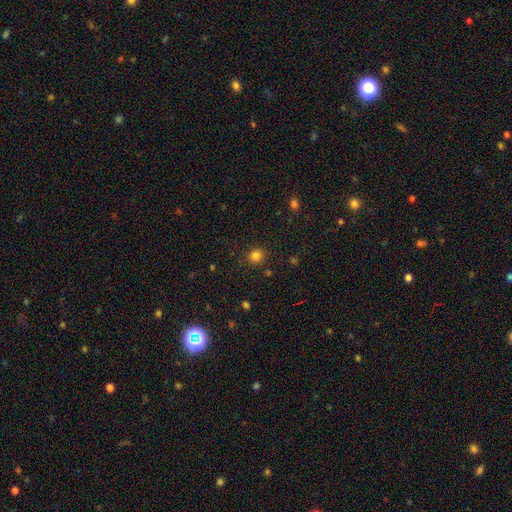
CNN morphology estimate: This appears to be a smooth galaxy with no disk features (82%) that is round (87%). Merging: none (89%).